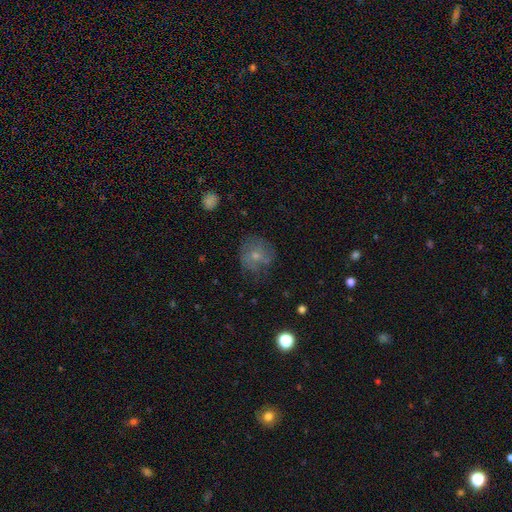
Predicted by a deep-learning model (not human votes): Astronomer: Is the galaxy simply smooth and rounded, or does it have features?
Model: smooth — 54% (runner-up: featured or disk, 34%).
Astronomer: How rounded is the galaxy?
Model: round — 81%.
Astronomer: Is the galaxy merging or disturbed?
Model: none — 61%.